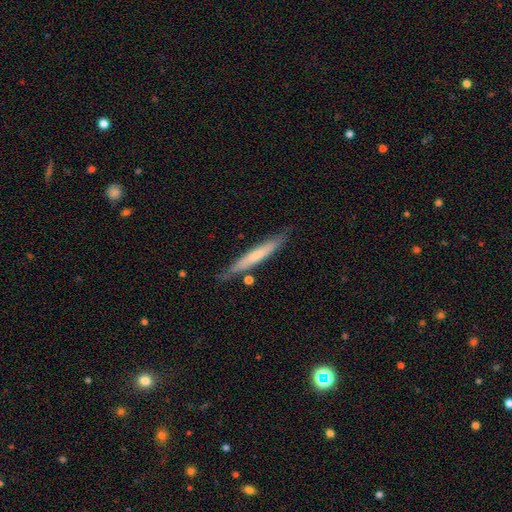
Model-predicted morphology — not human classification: Smooth or featured? smooth (59%)
How rounded? cigar-shaped (95%)
Merging? none (81%)